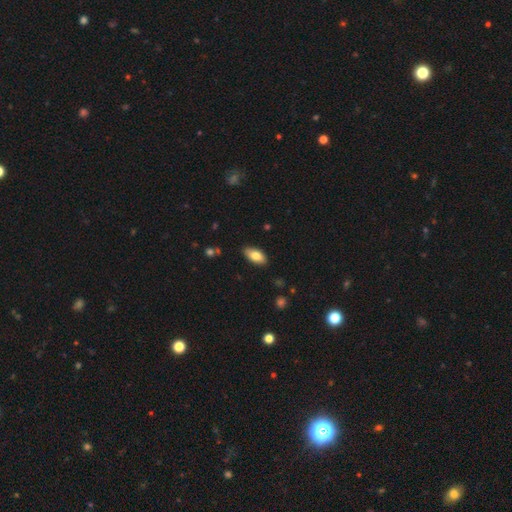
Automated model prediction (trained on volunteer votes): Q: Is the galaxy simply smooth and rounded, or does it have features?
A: smooth — 80%.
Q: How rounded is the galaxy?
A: in between — 91%.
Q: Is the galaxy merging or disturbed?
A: none — 86%.